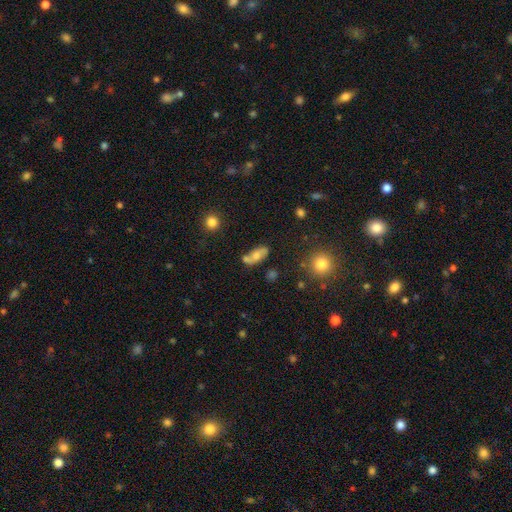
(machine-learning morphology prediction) smooth_or_featured: smooth (p=0.51) [alt: featured or disk p=0.39]
how_rounded: in between (p=0.80) [alt: cigar-shaped p=0.11]
merging: none (p=0.50) [alt: merger p=0.21]